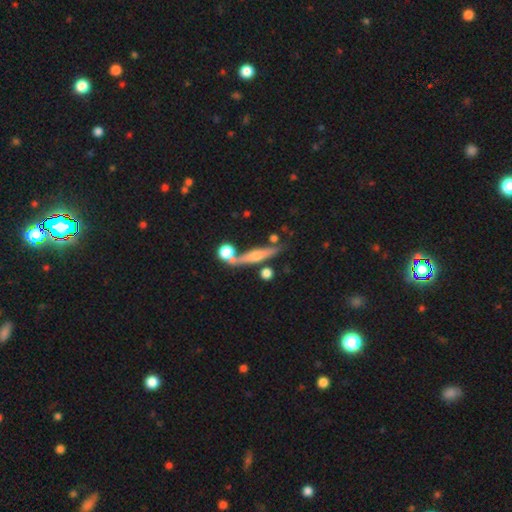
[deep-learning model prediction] Smooth or featured? Predicted: featured or disk (p=0.60). Edge-on disk? Predicted: yes (p=0.91). Edge-on bulge? Predicted: rounded (p=0.77). Merging? Predicted: none (p=0.68).